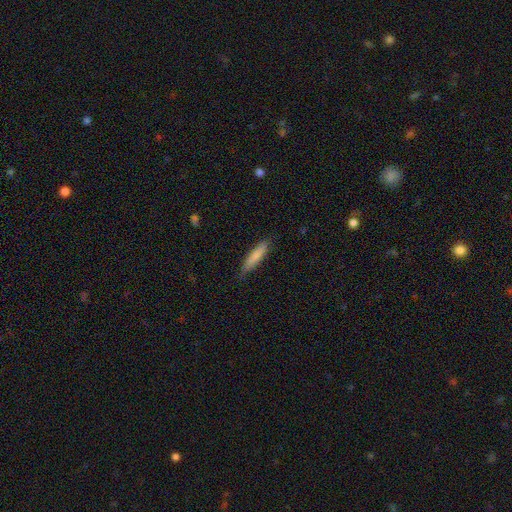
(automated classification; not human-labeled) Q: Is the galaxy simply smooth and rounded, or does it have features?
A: smooth — 80%.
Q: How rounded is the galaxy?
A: cigar-shaped — 81%.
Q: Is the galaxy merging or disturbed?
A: none — 80%.